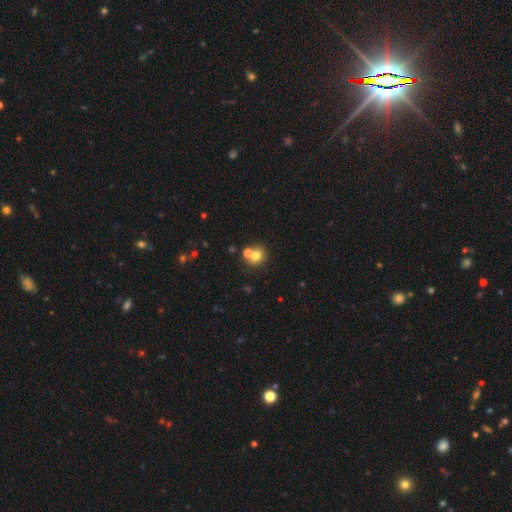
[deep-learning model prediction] Morphology: type=smooth (72%); roundness=round (72%); merging=none (48%).